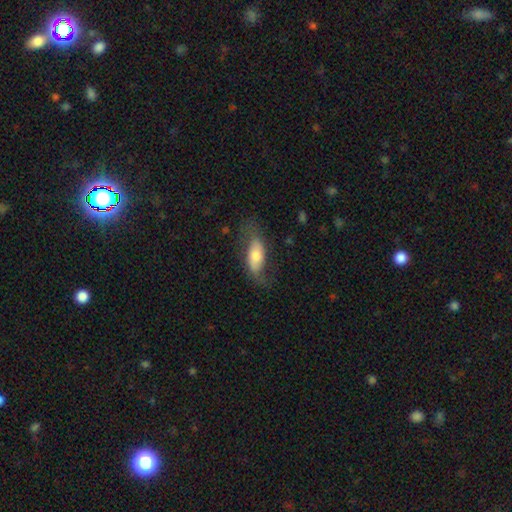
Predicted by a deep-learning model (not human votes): Smooth or featured: smooth — 58% (featured or disk — 36%)
How rounded: in between — 80% (cigar-shaped — 17%)
Merging: none — 58% (minor disturbance — 24%)